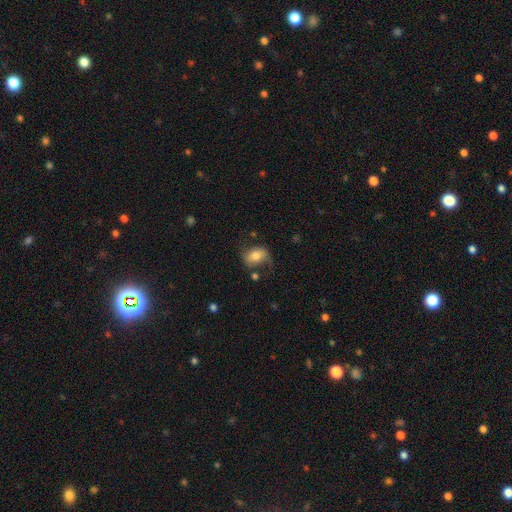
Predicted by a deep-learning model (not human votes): Smooth or featured?
  - smooth: 59% *
  - featured or disk: 33%
  - star or artifact: 8%
How rounded?
  - in between: 75% *
  - round: 23%
  - cigar-shaped: 2%
Merging?
  - none: 53% *
  - minor disturbance: 25%
  - major disturbance: 18%
  - merger: 4%